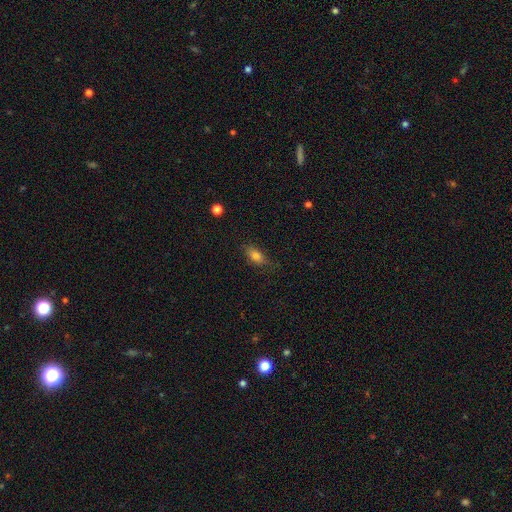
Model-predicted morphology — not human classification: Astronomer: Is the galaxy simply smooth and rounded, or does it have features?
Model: smooth — 79%.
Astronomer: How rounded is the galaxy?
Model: in between — 82%.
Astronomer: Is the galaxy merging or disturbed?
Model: none — 75%.